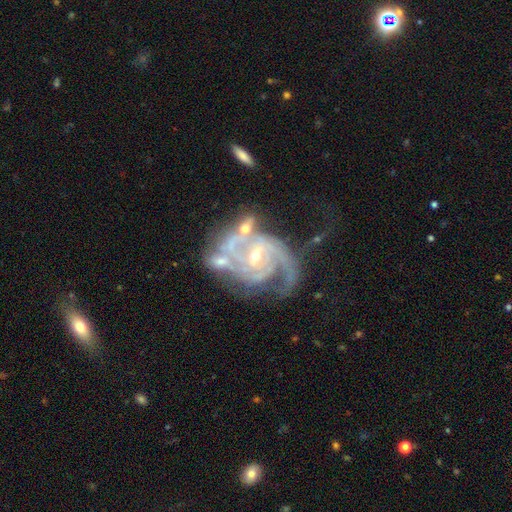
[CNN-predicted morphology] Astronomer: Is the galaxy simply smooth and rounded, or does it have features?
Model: featured or disk — 91%.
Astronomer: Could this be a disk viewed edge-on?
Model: no — 98%.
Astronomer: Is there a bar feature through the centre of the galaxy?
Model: no — 44% (runner-up: weak, 39%).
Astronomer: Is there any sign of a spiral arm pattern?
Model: yes — 97%.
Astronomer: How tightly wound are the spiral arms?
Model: tight — 48% (runner-up: medium, 41%).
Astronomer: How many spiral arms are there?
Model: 3 — 33% (runner-up: 2, 26%).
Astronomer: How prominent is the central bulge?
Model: small — 69%.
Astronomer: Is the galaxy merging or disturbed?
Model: none — 36% (runner-up: major disturbance, 25%).